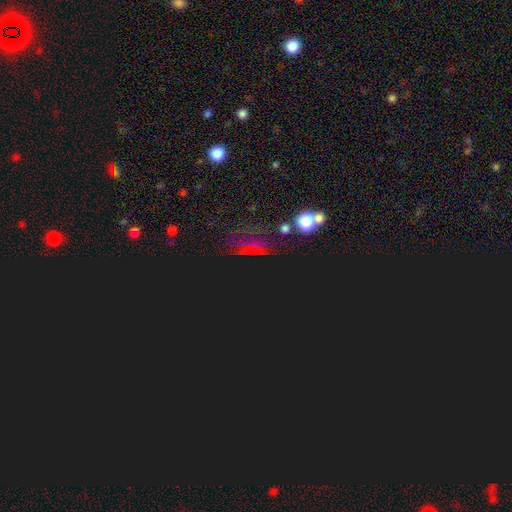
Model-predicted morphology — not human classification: Smooth or featured: star or artifact — 72% (smooth — 18%)